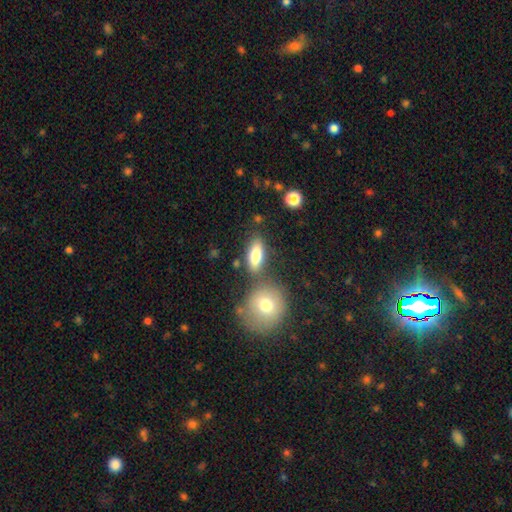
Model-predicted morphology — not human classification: smooth_or_featured: smooth (p=0.79) [alt: featured or disk p=0.14]
how_rounded: in between (p=0.80) [alt: cigar-shaped p=0.15]
merging: none (p=0.68) [alt: merger p=0.15]